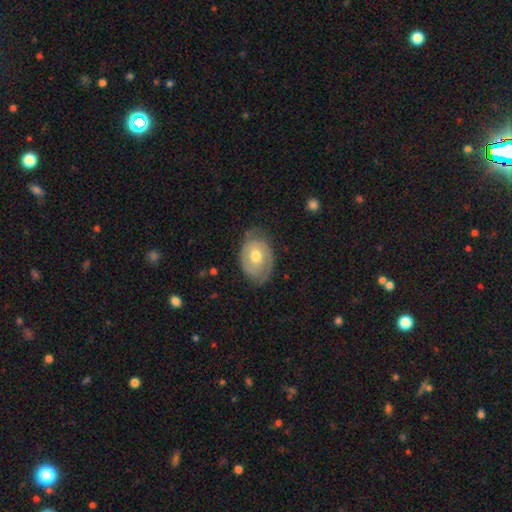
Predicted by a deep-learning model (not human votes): This appears to be a featured or disk galaxy (60%) with no bar (68%), spiral arms (70%) and a moderate central bulge (75%). Merging: none (67%).